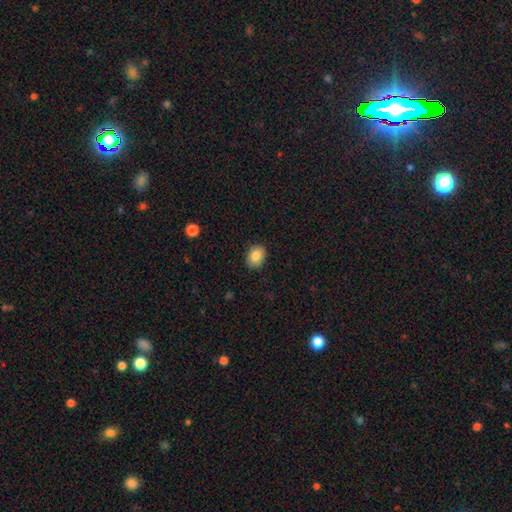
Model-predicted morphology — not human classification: smooth_or_featured: smooth (p=0.84) [alt: featured or disk p=0.08]
how_rounded: in between (p=0.60) [alt: round p=0.39]
merging: none (p=0.88) [alt: minor disturbance p=0.09]